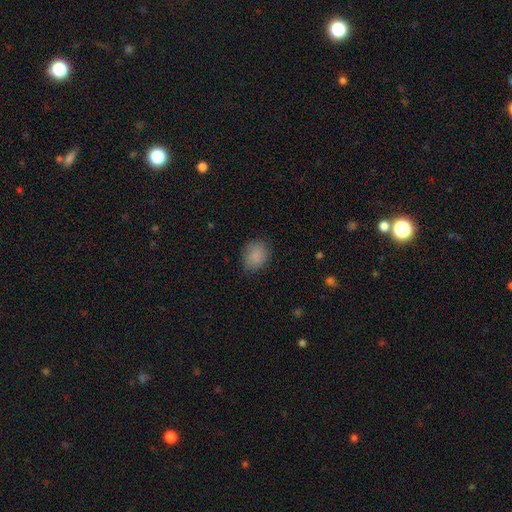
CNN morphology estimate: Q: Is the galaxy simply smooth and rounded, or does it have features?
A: smooth — 87%.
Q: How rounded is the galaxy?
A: round — 62%.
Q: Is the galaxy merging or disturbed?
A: none — 81%.